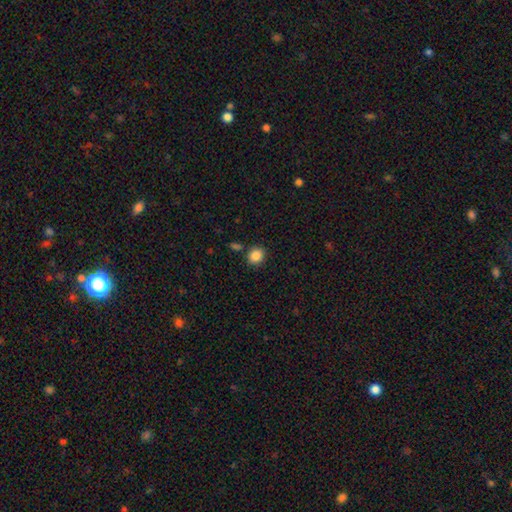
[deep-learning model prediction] Smooth or featured? smooth (87%)
How rounded? round (77%)
Merging? none (82%)